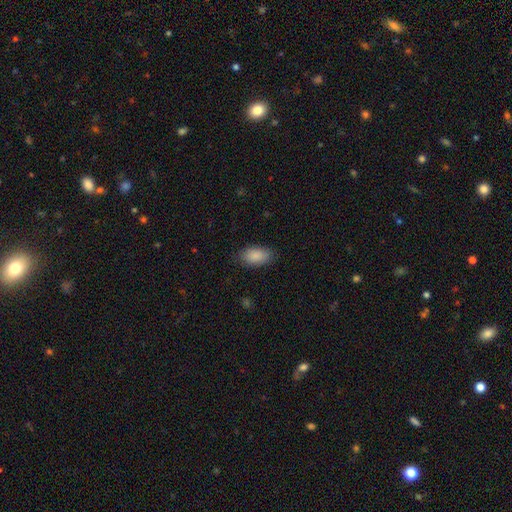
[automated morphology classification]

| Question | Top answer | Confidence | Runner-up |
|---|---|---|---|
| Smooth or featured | smooth | 89% | star or artifact (6%) |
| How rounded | in between | 94% | round (4%) |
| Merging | none | 84% | minor disturbance (12%) |